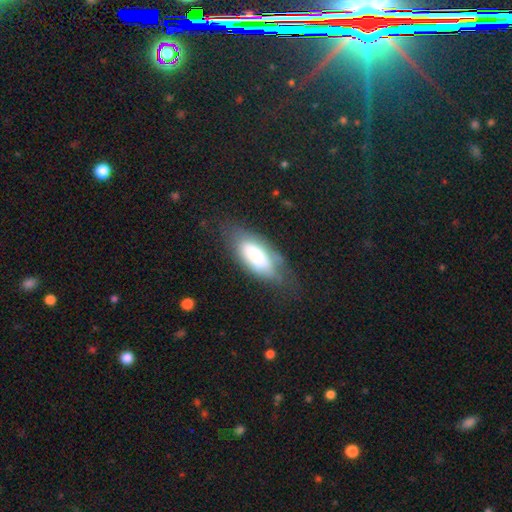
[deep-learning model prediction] Overall: smooth (66%; featured or disk 26%). How rounded: in between (83%). Merging: none (57%; minor disturbance 27%).